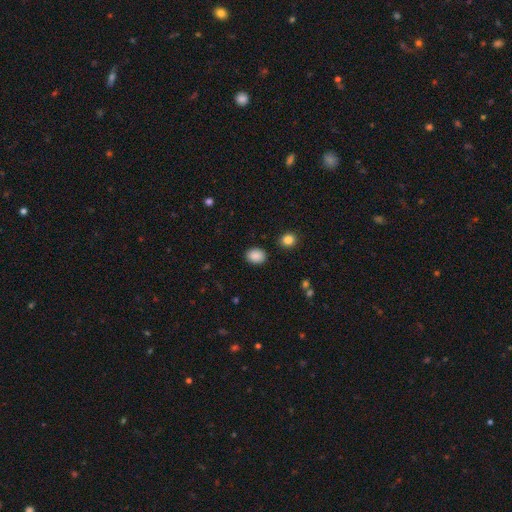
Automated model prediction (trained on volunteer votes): The model was most divided on "how rounded": in between: 67%, round: 32%, cigar-shaped: 1%. More confident: smooth or featured — smooth (89%); merging — none (87%).